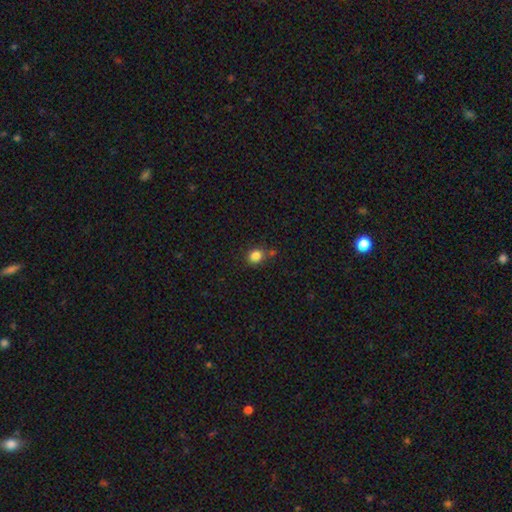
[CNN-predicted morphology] type=smooth (84%); roundness=round (69%); merging=none (72%).